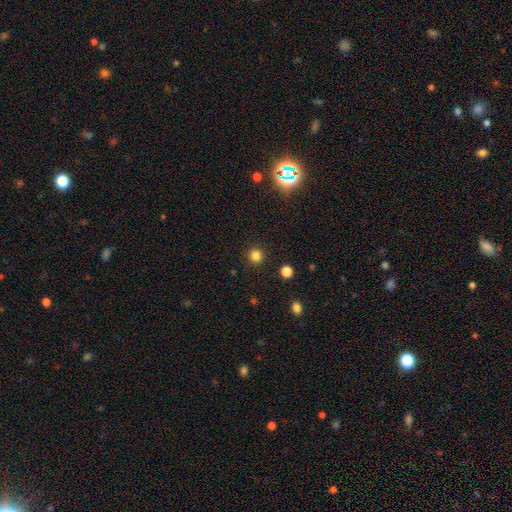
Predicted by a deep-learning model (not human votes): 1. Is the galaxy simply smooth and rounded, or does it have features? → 82% smooth, 14% star or artifact, 4% featured or disk.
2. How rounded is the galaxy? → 94% round, 5% in between, 1% cigar-shaped.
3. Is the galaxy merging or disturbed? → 91% none, 5% minor disturbance, 2% major disturbance, 1% merger.